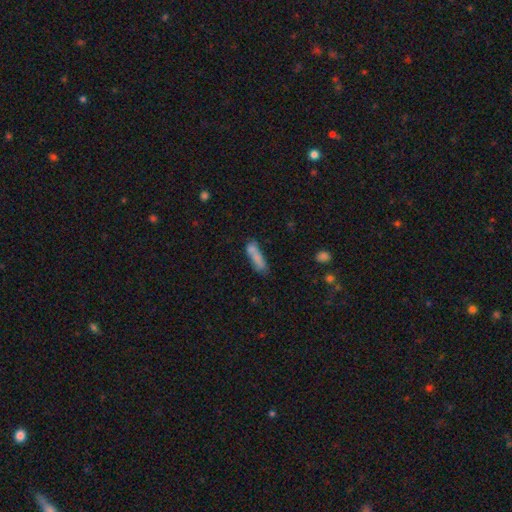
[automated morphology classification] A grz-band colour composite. It shows a smooth galaxy with no disk features (76%) that is cigar-shaped (68%). Merging: none (51%).